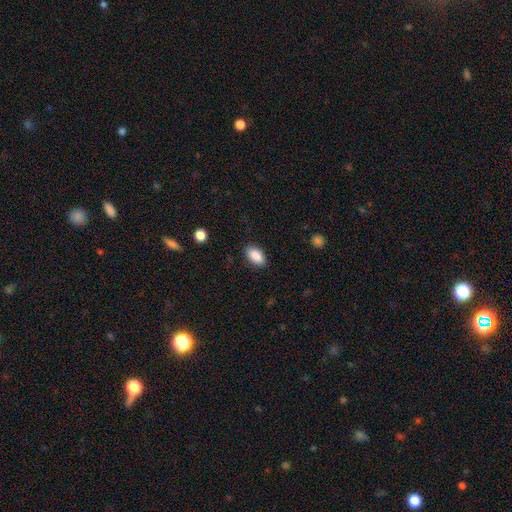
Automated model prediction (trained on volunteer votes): Smooth or featured?
  - smooth: 89% *
  - star or artifact: 7%
  - featured or disk: 4%
How rounded?
  - in between: 93% *
  - round: 5%
  - cigar-shaped: 2%
Merging?
  - none: 87% *
  - minor disturbance: 10%
  - major disturbance: 3%
  - merger: 1%